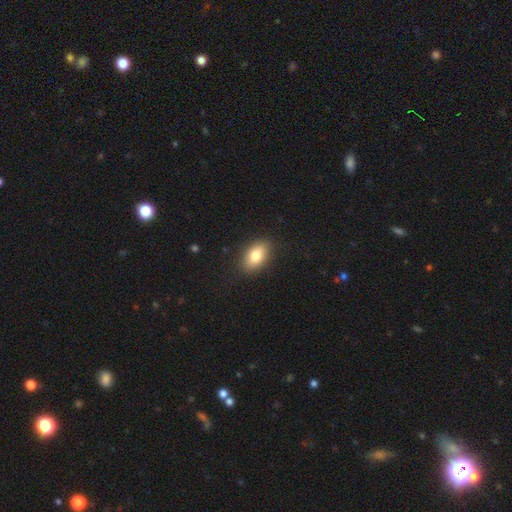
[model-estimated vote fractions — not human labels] Q: Smooth or featured?
A: smooth (81%); runner-up: featured or disk (12%)
Q: How rounded?
A: in between (89%); runner-up: round (9%)
Q: Merging?
A: none (87%); runner-up: minor disturbance (9%)